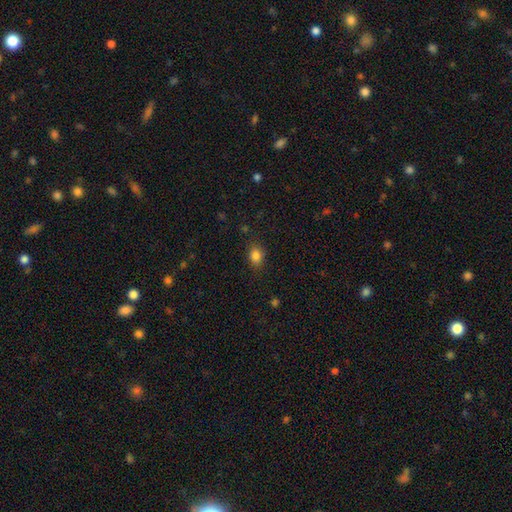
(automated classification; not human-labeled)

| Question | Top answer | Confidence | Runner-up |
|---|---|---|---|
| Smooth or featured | smooth | 83% | star or artifact (12%) |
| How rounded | in between | 60% | round (39%) |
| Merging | none | 81% | minor disturbance (14%) |